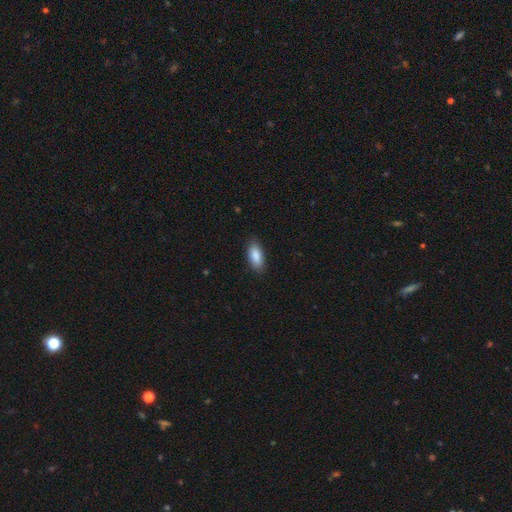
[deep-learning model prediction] smooth_or_featured: smooth (p=0.88) [alt: star or artifact p=0.06]
how_rounded: in between (p=0.85) [alt: cigar-shaped p=0.12]
merging: none (p=0.86) [alt: minor disturbance p=0.11]